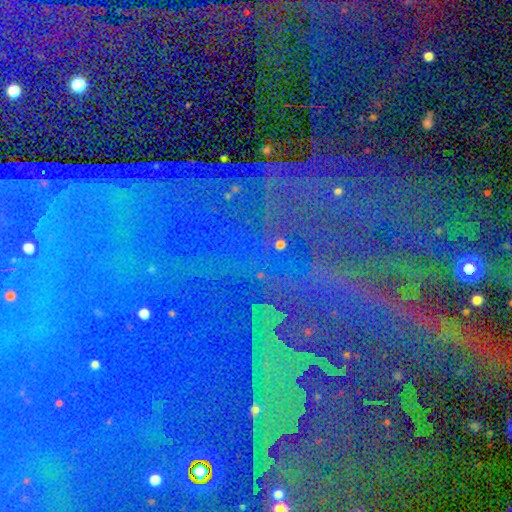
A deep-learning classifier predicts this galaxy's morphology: Overall: star or artifact (88%).